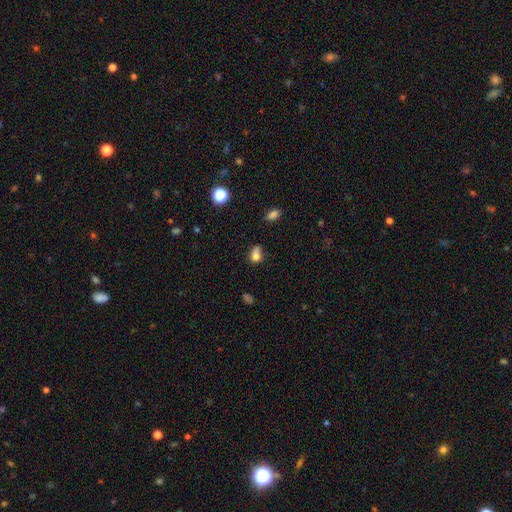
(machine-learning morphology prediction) smooth_or_featured: smooth (p=0.76) [alt: star or artifact p=0.13]
how_rounded: in between (p=0.57) [alt: round p=0.41]
merging: none (p=0.37) [alt: minor disturbance p=0.33]